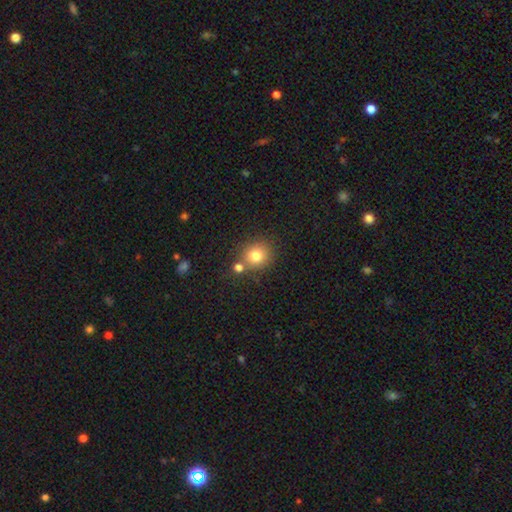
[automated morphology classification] Q: Smooth or featured?
A: smooth (79%); runner-up: star or artifact (13%)
Q: How rounded?
A: round (86%); runner-up: in between (13%)
Q: Merging?
A: none (69%); runner-up: merger (18%)